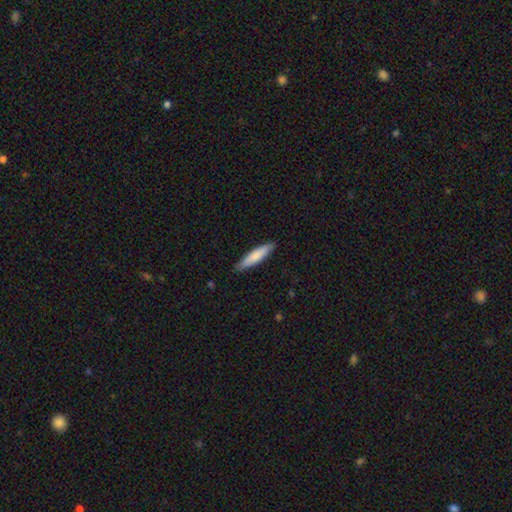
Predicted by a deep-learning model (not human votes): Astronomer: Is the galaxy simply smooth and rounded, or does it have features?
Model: smooth — 79%.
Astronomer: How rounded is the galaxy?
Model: cigar-shaped — 82%.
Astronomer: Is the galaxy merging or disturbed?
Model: none — 88%.